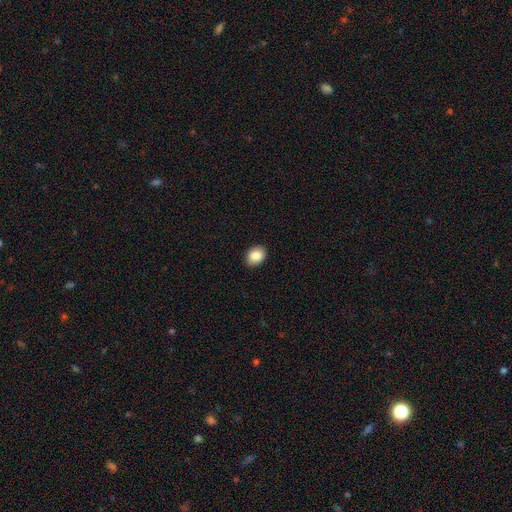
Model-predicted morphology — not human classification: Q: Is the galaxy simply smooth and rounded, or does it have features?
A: smooth — 88%.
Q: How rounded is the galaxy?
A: in between — 66%.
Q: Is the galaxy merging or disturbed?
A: none — 89%.